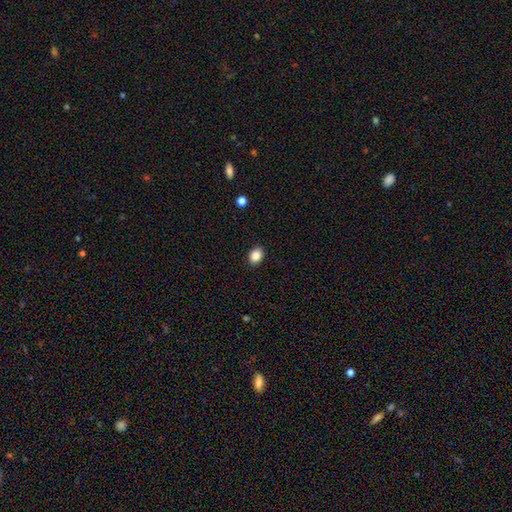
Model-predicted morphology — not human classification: The model was most divided on "how rounded": in between: 65%, round: 34%, cigar-shaped: 1%. More confident: merging — none (90%); smooth or featured — smooth (87%).